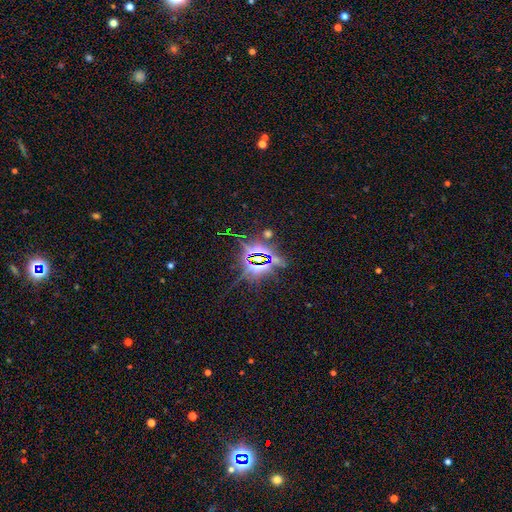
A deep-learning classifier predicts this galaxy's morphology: Smooth or featured? star or artifact (81%)